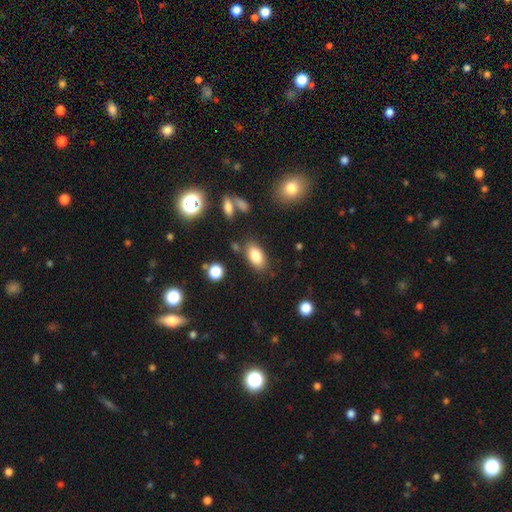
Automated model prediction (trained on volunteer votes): smooth 83%, star or artifact 8%, featured or disk 8%. Down the decision tree: how rounded — in between (90%); merging — none (79%).